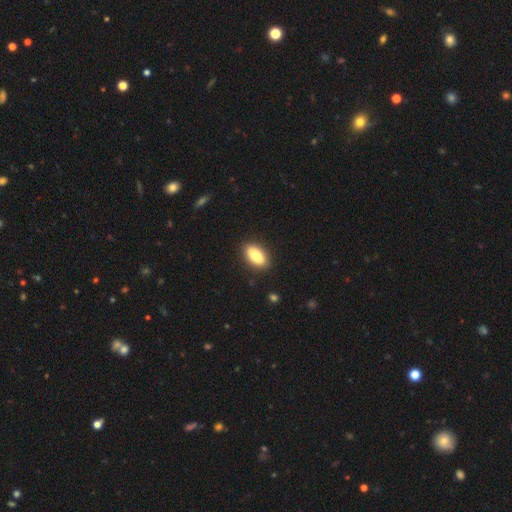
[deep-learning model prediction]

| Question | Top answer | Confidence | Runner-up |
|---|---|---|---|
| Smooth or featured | smooth | 81% | featured or disk (12%) |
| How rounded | in between | 91% | cigar-shaped (5%) |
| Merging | none | 88% | minor disturbance (9%) |